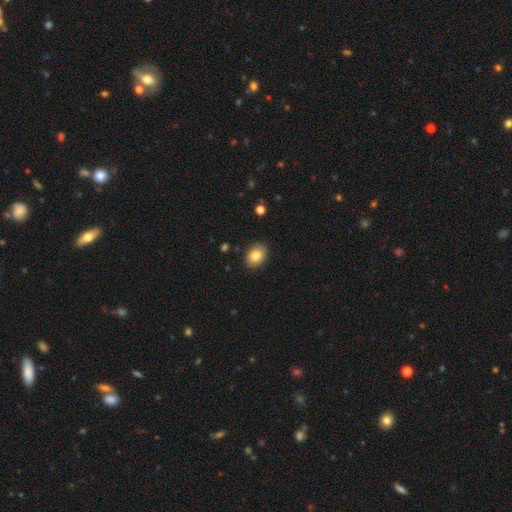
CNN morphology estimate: smooth_or_featured: smooth (p=0.84) [alt: star or artifact p=0.08]
how_rounded: in between (p=0.65) [alt: round p=0.34]
merging: none (p=0.89) [alt: minor disturbance p=0.08]